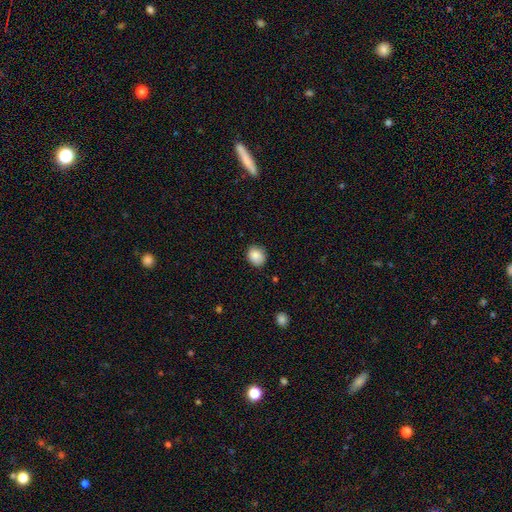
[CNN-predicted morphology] This is clearly a smooth galaxy (88%). How rounded: likely round (69%). Merging: clearly none (84%).